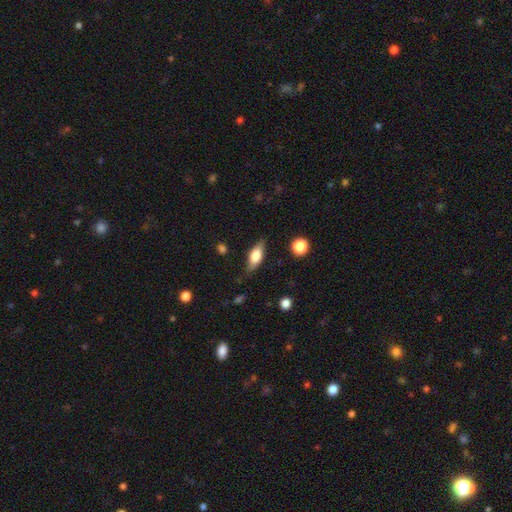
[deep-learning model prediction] A smooth galaxy with no disk features (61%) that is in between round and cigar-shaped (72%).

Vote fractions:
- Smooth or featured? smooth: 61% / featured or disk: 32% / star or artifact: 7%
- How rounded? in between: 72% / cigar-shaped: 24% / round: 4%
- Merging? none: 80% / minor disturbance: 15% / major disturbance: 4% / merger: 2%